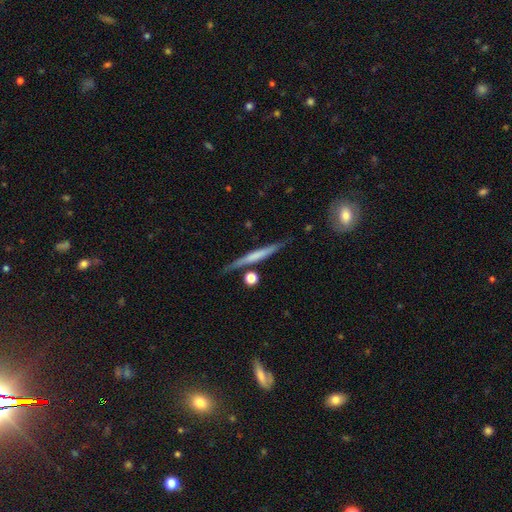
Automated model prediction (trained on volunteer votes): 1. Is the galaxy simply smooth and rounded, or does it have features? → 52% featured or disk, 42% smooth, 6% star or artifact.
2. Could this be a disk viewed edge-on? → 95% yes, 5% no.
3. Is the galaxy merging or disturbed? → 80% none, 12% minor disturbance, 4% merger, 3% major disturbance.